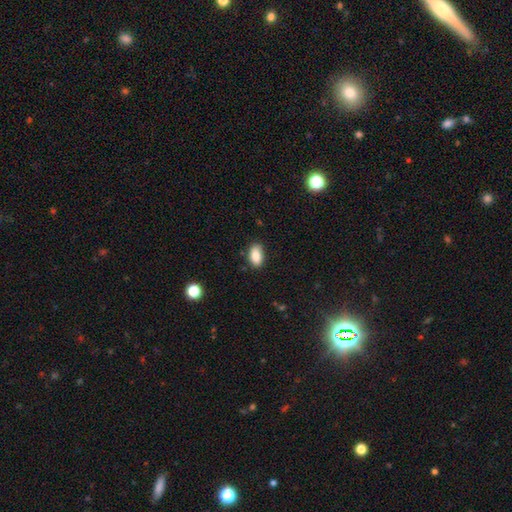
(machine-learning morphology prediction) Smooth or featured? Predicted: smooth (p=0.86). How rounded? Predicted: in between (p=0.90). Merging? Predicted: none (p=0.80).